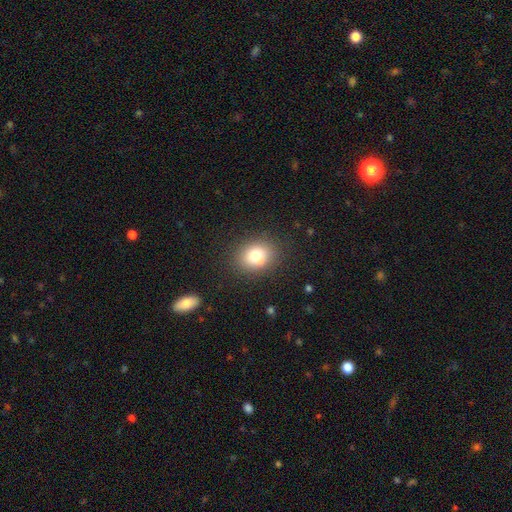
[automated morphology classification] Overall: smooth (72%). How rounded: round (59%; in between 40%). Merging: none (69%).